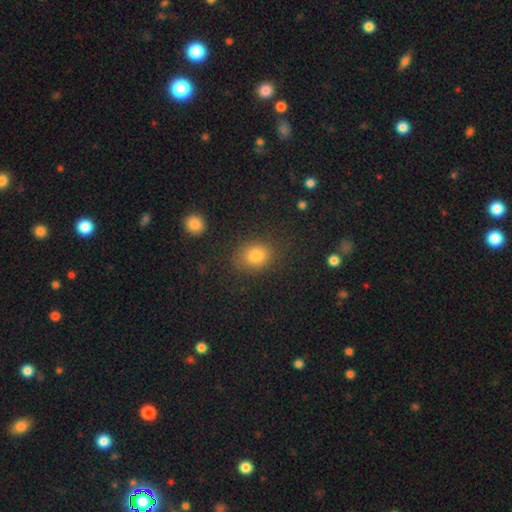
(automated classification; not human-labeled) Overall: smooth (80%). How rounded: round (55%; in between 44%). Merging: none (83%).